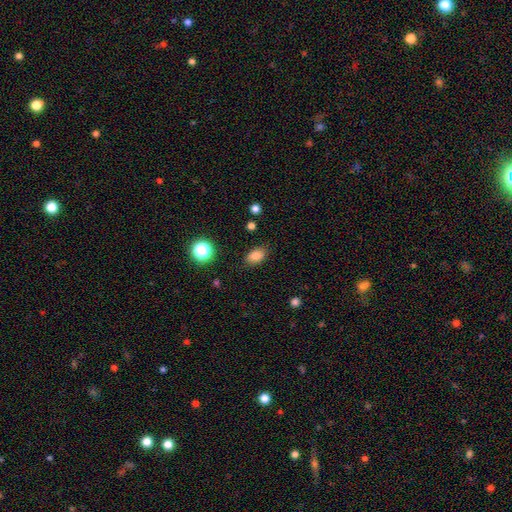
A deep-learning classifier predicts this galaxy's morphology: A smooth galaxy with no disk features (83%) that is in between round and cigar-shaped (85%).

Vote fractions:
- Smooth or featured? smooth: 83% / star or artifact: 11% / featured or disk: 6%
- How rounded? in between: 85% / round: 13% / cigar-shaped: 2%
- Merging? none: 85% / minor disturbance: 11% / major disturbance: 3% / merger: 1%